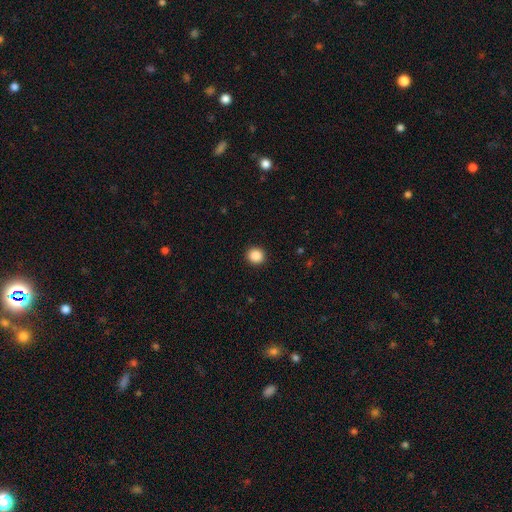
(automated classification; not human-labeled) Smooth or featured: smooth — 88% (star or artifact — 9%)
How rounded: round — 91% (in between — 8%)
Merging: none — 93% (minor disturbance — 5%)